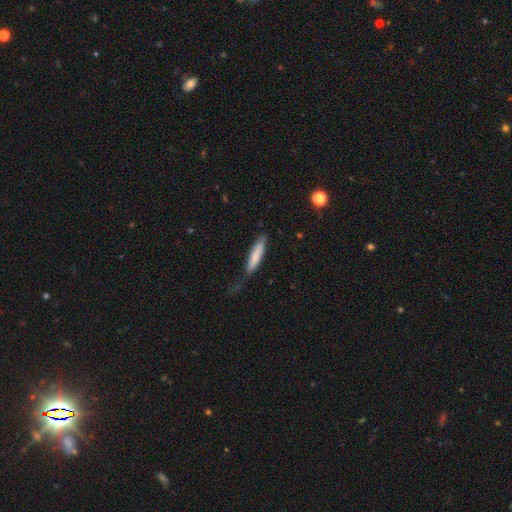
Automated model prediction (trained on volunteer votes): A smooth galaxy with no disk features (75%) that is cigar-shaped (85%).

Vote fractions:
- Smooth or featured? smooth: 75% / featured or disk: 20% / star or artifact: 5%
- How rounded? cigar-shaped: 85% / in between: 13% / round: 1%
- Merging? none: 58% / minor disturbance: 28% / major disturbance: 12% / merger: 2%